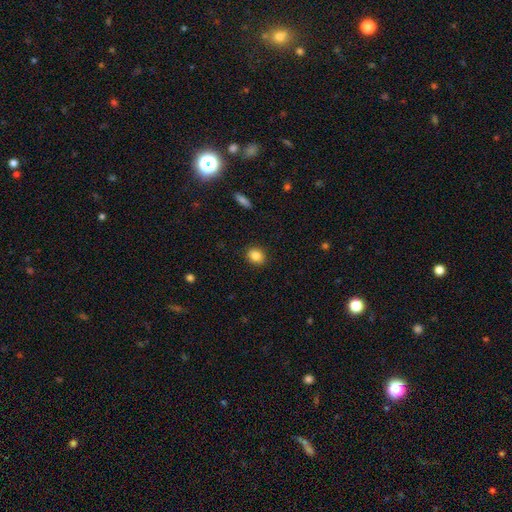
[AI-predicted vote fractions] Smooth or featured? Predicted: smooth (p=0.86). How rounded? Predicted: round (p=0.58). Merging? Predicted: none (p=0.89).